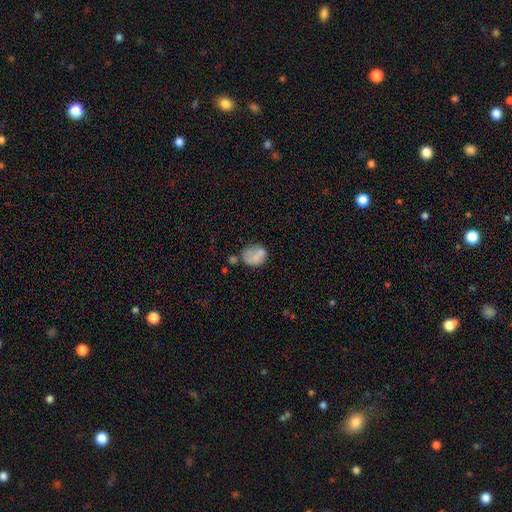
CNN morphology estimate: The model was most divided on "how rounded": in between: 50%, round: 49%, cigar-shaped: 1%. Remaining: smooth or featured — smooth (71%); merging — none (44%).